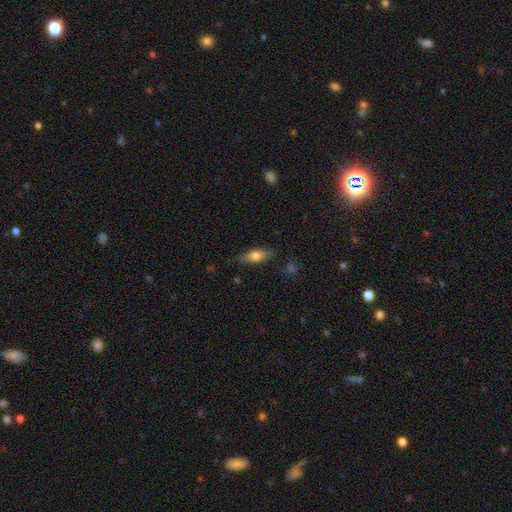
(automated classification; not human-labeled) A smooth galaxy with no disk features (70%) that is in between round and cigar-shaped (73%). Merging: none (77%).